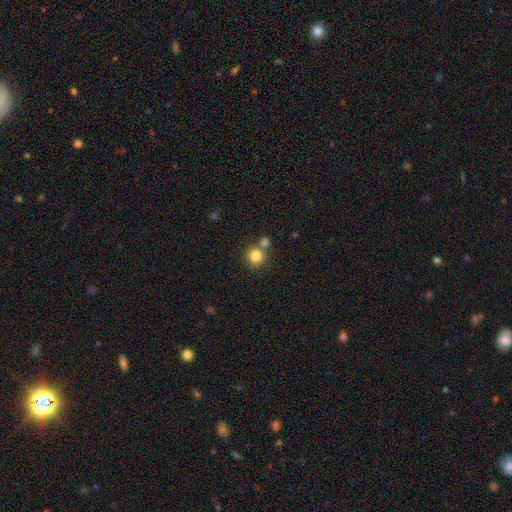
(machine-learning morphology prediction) A smooth galaxy with no disk features (82%) that is round (92%).

Vote fractions:
- Smooth or featured? smooth: 82% / star or artifact: 11% / featured or disk: 7%
- How rounded? round: 92% / in between: 7% / cigar-shaped: 1%
- Merging? none: 65% / merger: 24% / minor disturbance: 8% / major disturbance: 3%